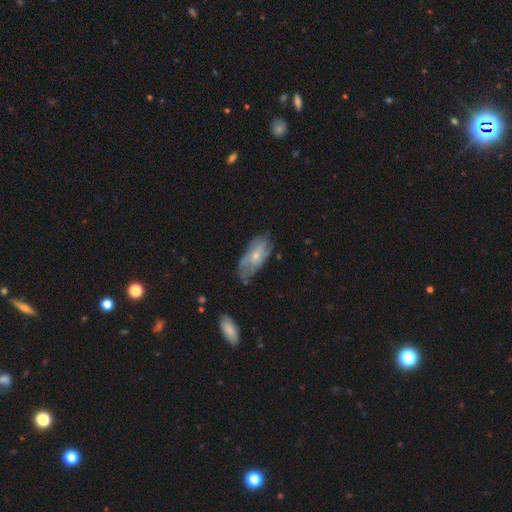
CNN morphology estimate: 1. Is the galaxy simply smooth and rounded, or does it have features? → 50% featured or disk, 43% smooth, 7% star or artifact.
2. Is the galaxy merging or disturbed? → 48% none, 33% minor disturbance, 16% major disturbance, 3% merger.